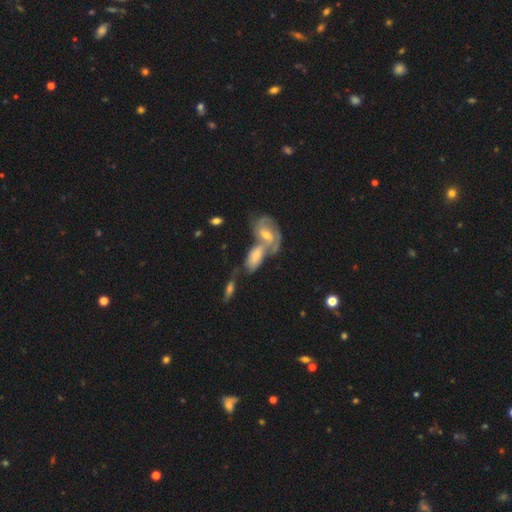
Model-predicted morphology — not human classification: The model was most divided on "smooth or featured": featured or disk: 53%, smooth: 39%, star or artifact: 8%. More confident: edge-on disk — no (89%); merging — merger (65%).